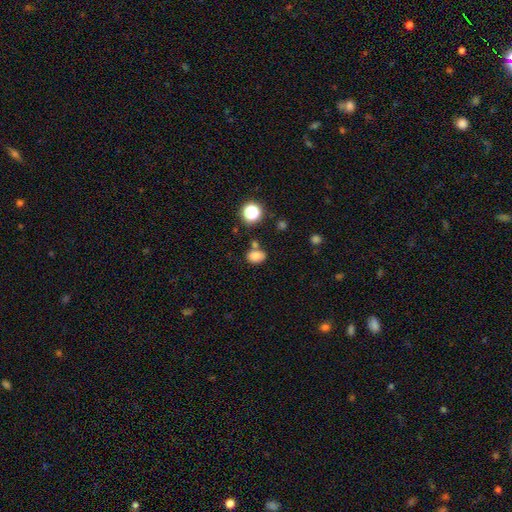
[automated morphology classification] smooth_or_featured: smooth (p=0.79) [alt: star or artifact p=0.13]
how_rounded: in between (p=0.68) [alt: round p=0.31]
merging: none (p=0.68) [alt: minor disturbance p=0.14]